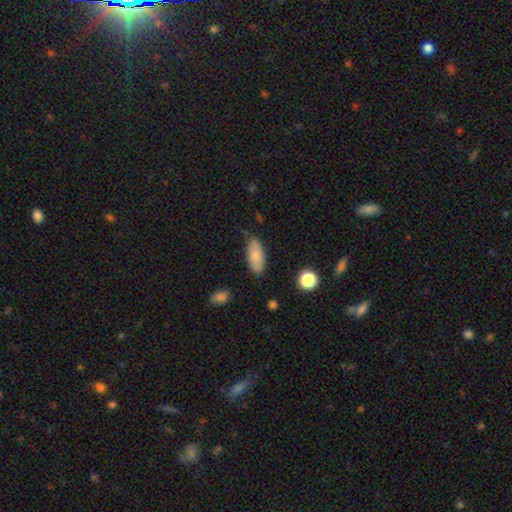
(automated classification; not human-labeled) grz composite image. It shows a smooth galaxy with no disk features (77%) that is in between round and cigar-shaped (86%). Merging: none (75%).